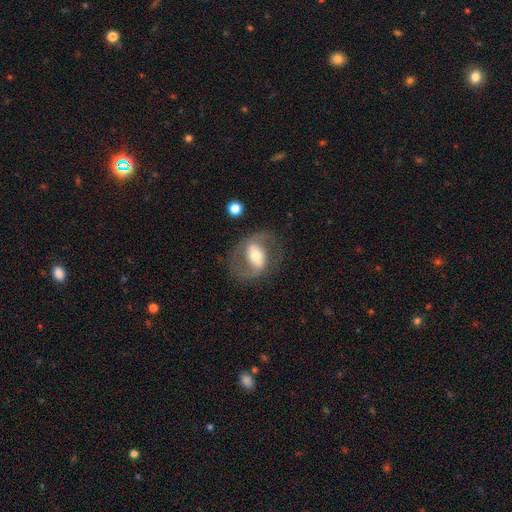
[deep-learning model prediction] This is likely a featured or disk galaxy (71%). It is clearly not viewed edge-on (95%). Bar: marginally strong (40%). Spiral arm pattern: likely yes (73%). Central bulge: likely moderate (65%). Merging: likely none (69%).